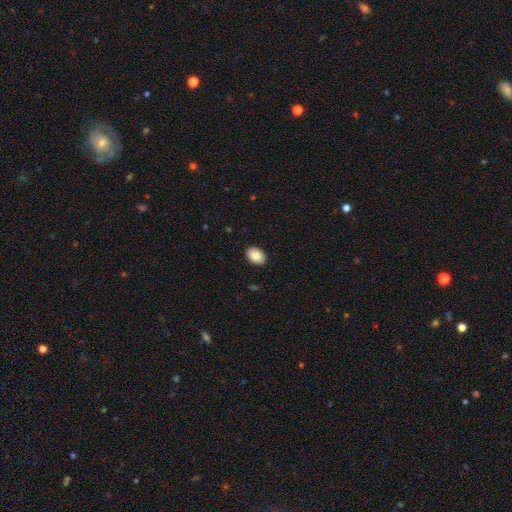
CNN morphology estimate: smooth 85%, featured or disk 7%, star or artifact 7%. Down the decision tree: how rounded — in between (83%); merging — none (91%).